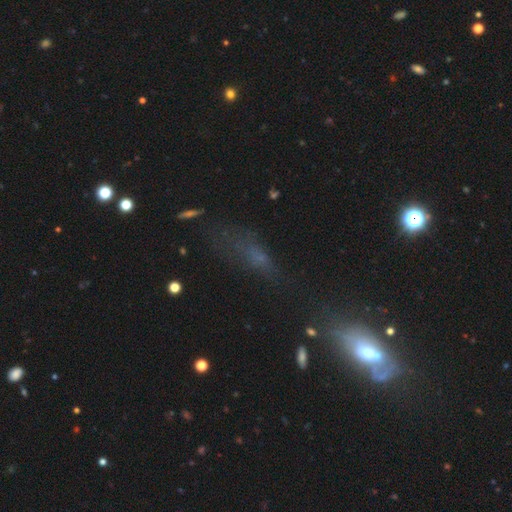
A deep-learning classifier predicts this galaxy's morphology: smooth_or_featured: smooth (p=0.46) [alt: star or artifact p=0.29]
merging: none (p=0.44) [alt: major disturbance p=0.26]